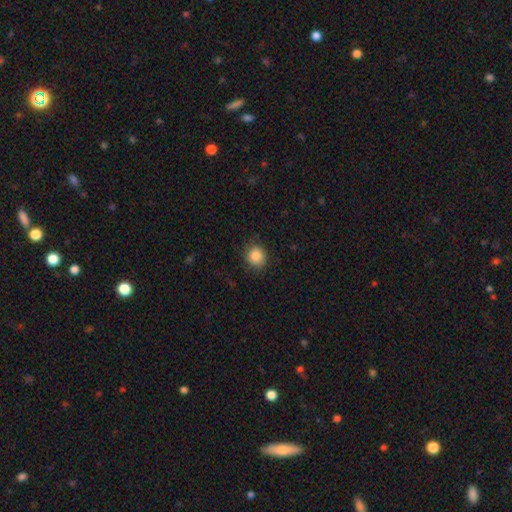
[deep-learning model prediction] This is clearly a smooth galaxy (87%). How rounded: clearly round (83%). Merging: clearly none (84%).